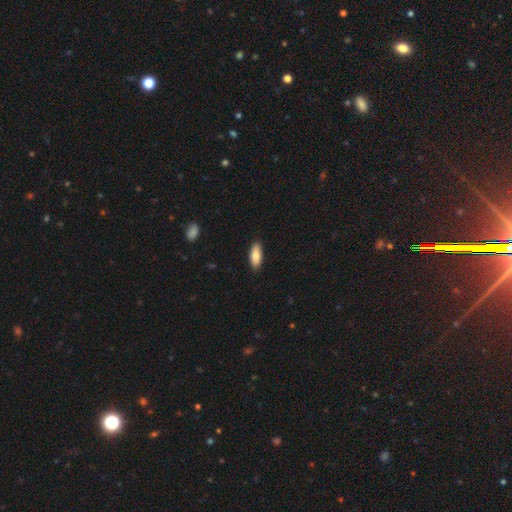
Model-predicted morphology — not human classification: smooth-or-featured: smooth: 83% | featured or disk: 11% | star or artifact: 6%
  how-rounded: in between: 79% | cigar-shaped: 19% | round: 2%
  merging: none: 87% | minor disturbance: 10% | major disturbance: 2% | merger: 1%